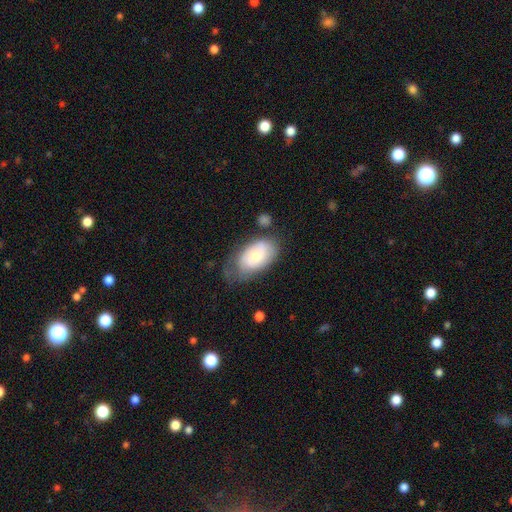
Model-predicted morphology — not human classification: A smooth galaxy with no disk features (61%) that is in between round and cigar-shaped (92%). Merging: none (49%).